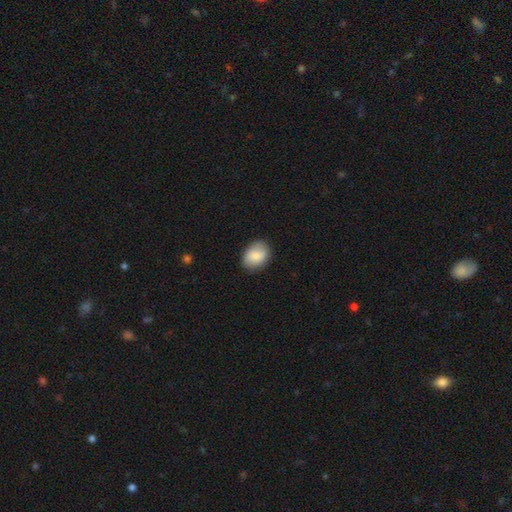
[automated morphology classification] A smooth galaxy with no disk features (82%) that is in between round and cigar-shaped (66%). Merging: none (82%).